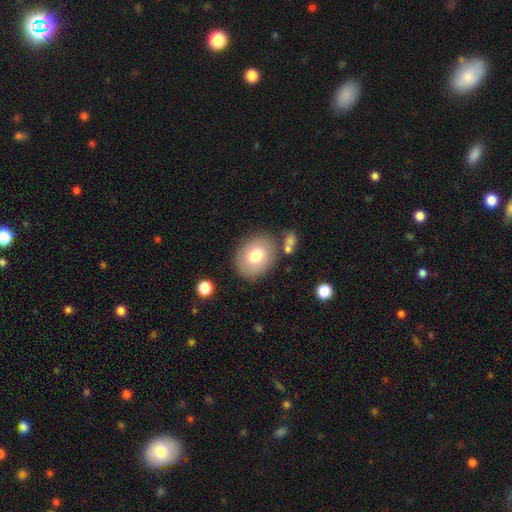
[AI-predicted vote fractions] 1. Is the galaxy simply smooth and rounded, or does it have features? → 75% smooth, 17% featured or disk, 8% star or artifact.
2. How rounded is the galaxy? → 53% in between, 46% round, 1% cigar-shaped.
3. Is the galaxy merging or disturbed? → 78% none, 12% minor disturbance, 6% merger, 4% major disturbance.